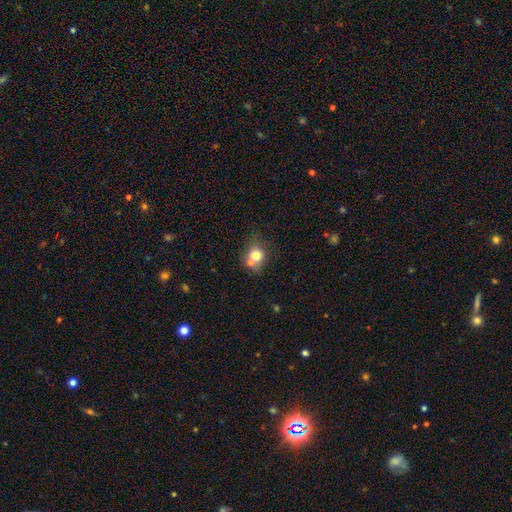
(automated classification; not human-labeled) Smooth or featured: smooth — 73% (featured or disk — 16%)
How rounded: round — 67% (in between — 32%)
Merging: merger — 45% (none — 40%)